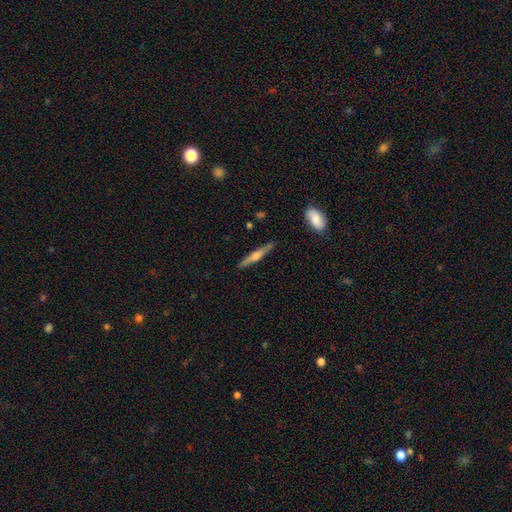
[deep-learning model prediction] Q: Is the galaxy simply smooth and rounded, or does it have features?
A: featured or disk — 68%.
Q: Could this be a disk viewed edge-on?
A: yes — 97%.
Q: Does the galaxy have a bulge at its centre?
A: rounded — 88%.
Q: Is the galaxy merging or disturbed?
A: none — 90%.